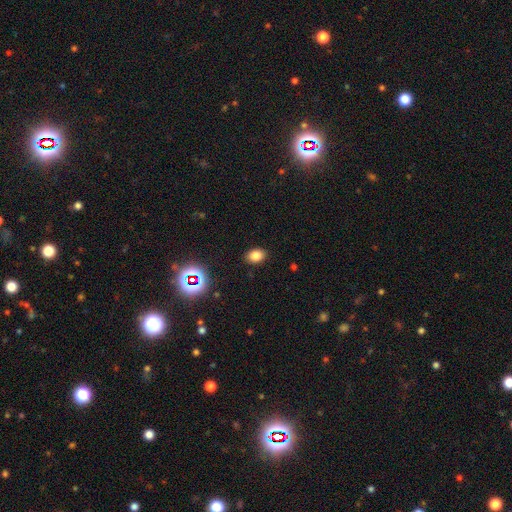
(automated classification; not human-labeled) Morphology: type=smooth (79%); roundness=in between (76%); merging=none (88%).